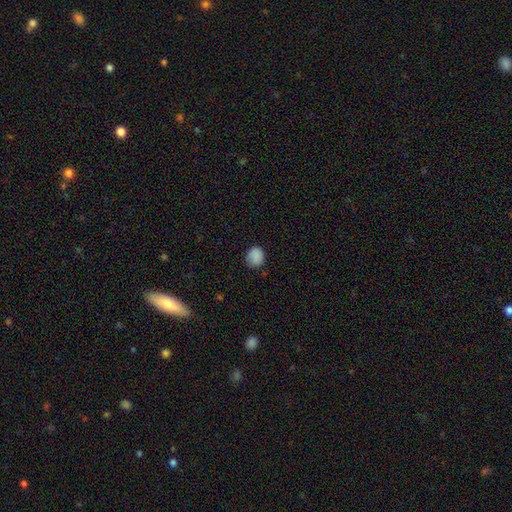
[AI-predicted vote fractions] Smooth or featured?
  - smooth: 87% *
  - star or artifact: 10%
  - featured or disk: 4%
How rounded?
  - round: 74% *
  - in between: 25%
  - cigar-shaped: 1%
Merging?
  - none: 82% *
  - minor disturbance: 14%
  - major disturbance: 3%
  - merger: 1%